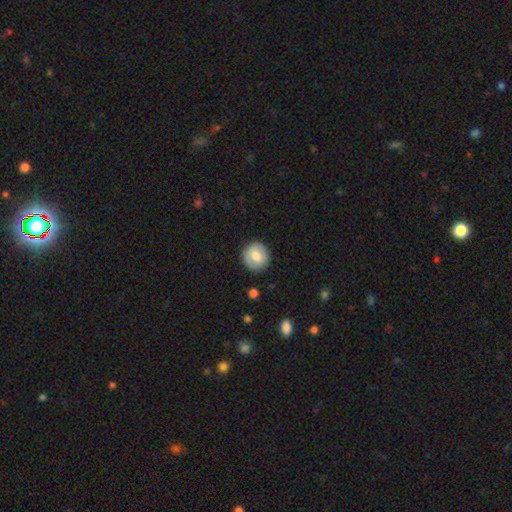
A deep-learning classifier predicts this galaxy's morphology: smooth 74%, featured or disk 19%, star or artifact 7%. Down the decision tree: how rounded — round (92%); merging — none (88%).